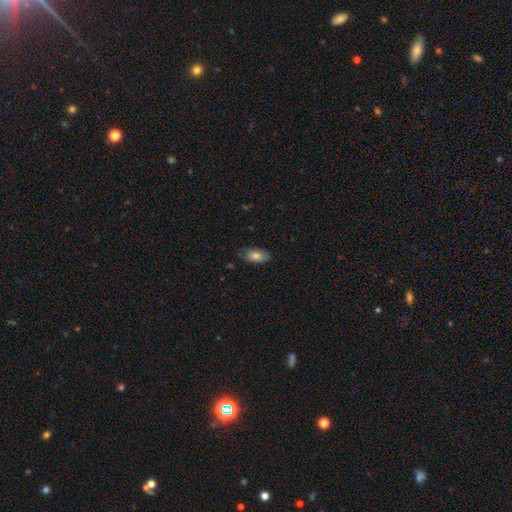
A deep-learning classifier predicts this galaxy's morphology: A smooth galaxy with no disk features (79%) that is in between round and cigar-shaped (92%).

Vote fractions:
- Smooth or featured? smooth: 79% / featured or disk: 13% / star or artifact: 7%
- How rounded? in between: 92% / cigar-shaped: 4% / round: 4%
- Merging? none: 77% / minor disturbance: 19% / major disturbance: 3% / merger: 1%